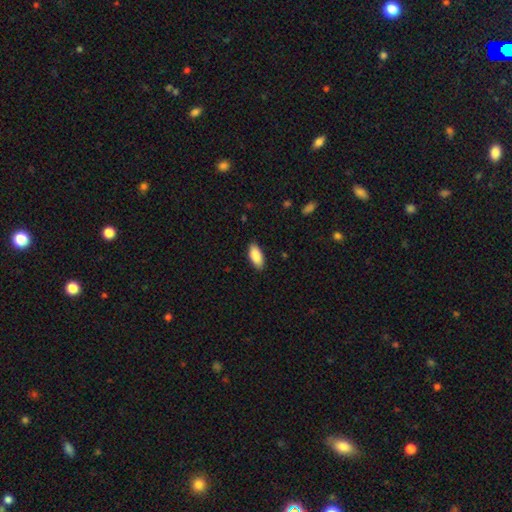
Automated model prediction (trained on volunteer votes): The model was most divided on "merging": none: 88%, minor disturbance: 9%, major disturbance: 2%, merger: 1%. More confident: smooth or featured — smooth (89%); how rounded — in between (89%).